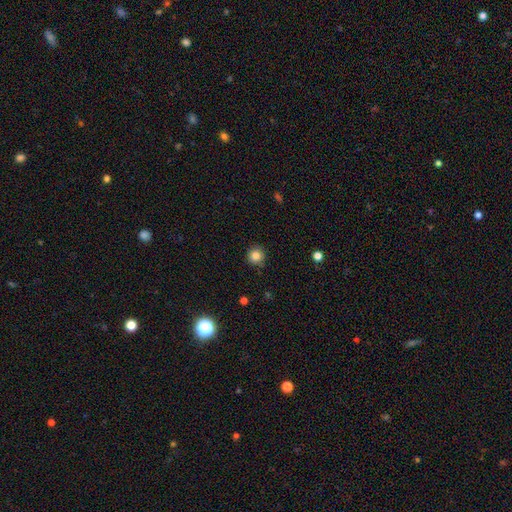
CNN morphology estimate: A smooth galaxy with no disk features (83%) that is round (94%). Merging: none (89%).